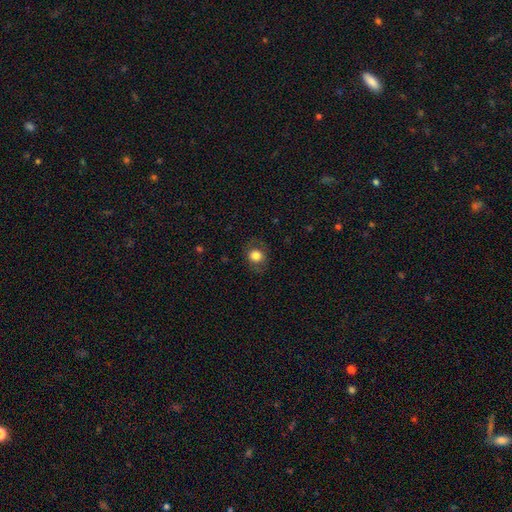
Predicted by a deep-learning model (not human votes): The model was most divided on "how rounded": round: 76%, in between: 23%, cigar-shaped: 1%. More confident: merging — none (80%); smooth or featured — smooth (79%).